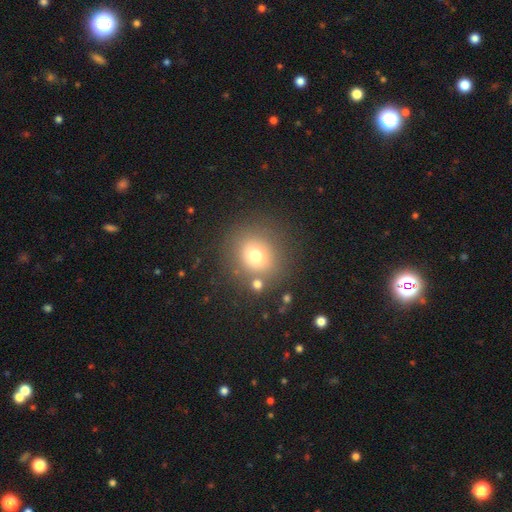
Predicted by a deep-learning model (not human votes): smooth 72%, star or artifact 15%, featured or disk 13%. Down the decision tree: how rounded — round (83%); merging — none (78%).